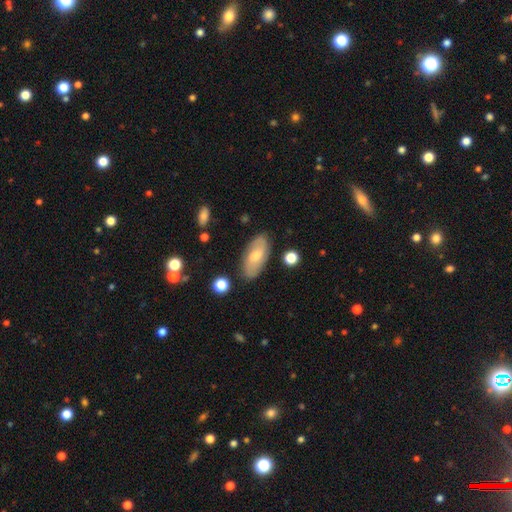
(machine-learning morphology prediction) This appears to be a smooth galaxy with no disk features (49%). Merging: none (84%).